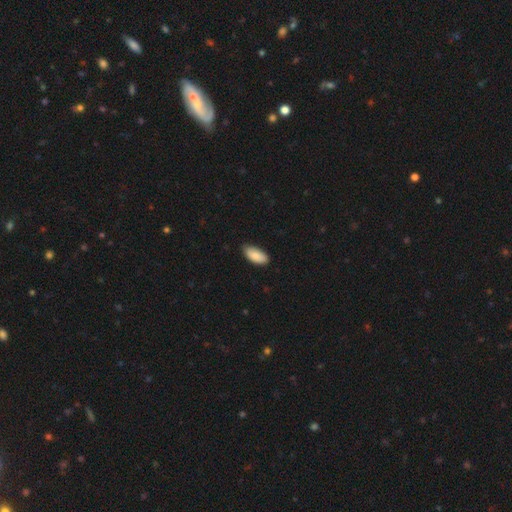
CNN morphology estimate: Q: Smooth or featured?
A: smooth (89%); runner-up: star or artifact (6%)
Q: How rounded?
A: in between (92%); runner-up: cigar-shaped (7%)
Q: Merging?
A: none (80%); runner-up: minor disturbance (17%)